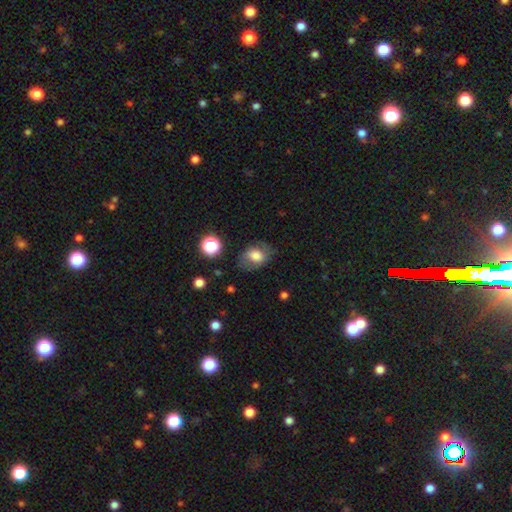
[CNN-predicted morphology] smooth-or-featured: smooth: 68% | featured or disk: 22% | star or artifact: 10%
  how-rounded: in between: 67% | round: 31% | cigar-shaped: 1%
  merging: none: 64% | minor disturbance: 22% | major disturbance: 12% | merger: 2%